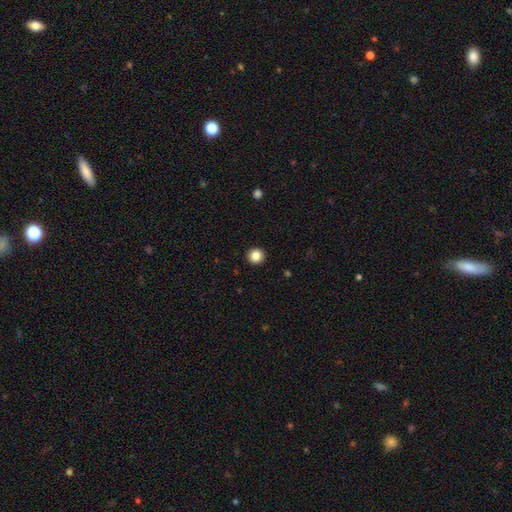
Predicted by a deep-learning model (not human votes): Q: Smooth or featured?
A: smooth (85%); runner-up: star or artifact (10%)
Q: How rounded?
A: round (94%); runner-up: in between (5%)
Q: Merging?
A: none (93%); runner-up: minor disturbance (4%)